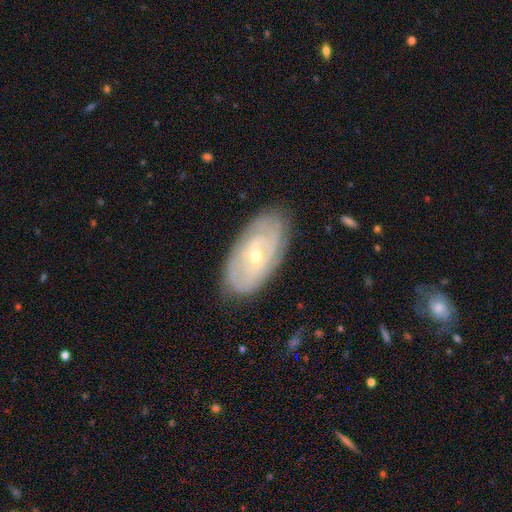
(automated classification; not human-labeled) Smooth or featured: featured or disk — 77% (smooth — 17%)
Edge-on disk: no — 93% (yes — 7%)
Bar: weak — 46% (no — 37%)
Spiral arms: yes — 81% (no — 19%)
Spiral winding: tight — 70% (medium — 23%)
Spiral arm count: can't tell — 47% (2 — 32%)
Bulge size: small — 59% (moderate — 38%)
Merging: none — 81% (minor disturbance — 15%)